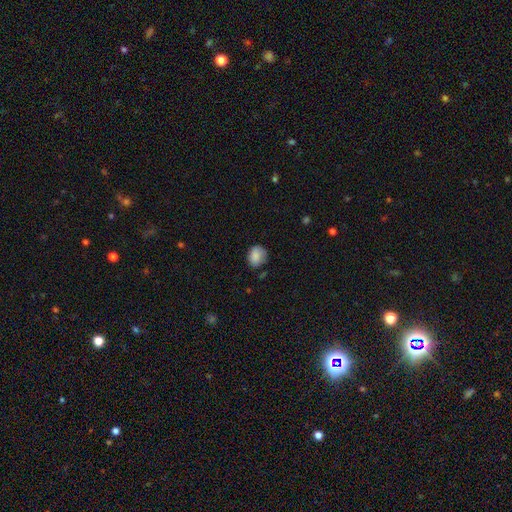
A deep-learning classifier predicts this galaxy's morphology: A smooth galaxy with no disk features (83%) that is round (62%). Merging: none (65%).